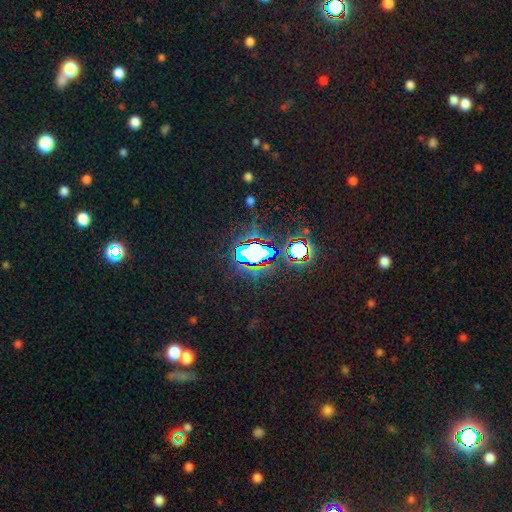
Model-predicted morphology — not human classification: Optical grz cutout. It shows a star or artifact, not a galaxy (79%).